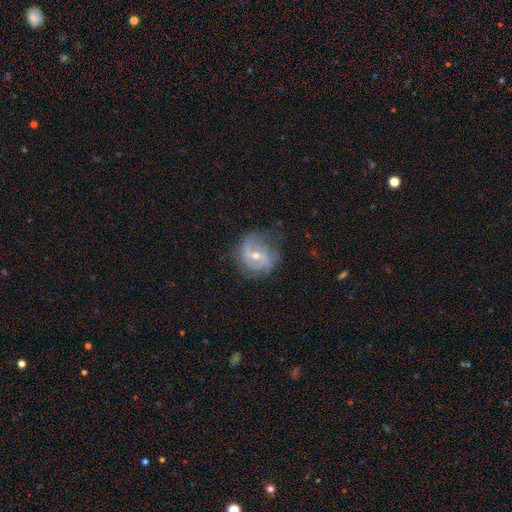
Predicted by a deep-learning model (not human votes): Smooth or featured?
  - featured or disk: 76% *
  - smooth: 16%
  - star or artifact: 8%
Edge-on disk?
  - no: 97% *
  - yes: 3%
Bar?
  - weak: 42% *
  - no: 36%
  - strong: 22%
Spiral arms?
  - yes: 81% *
  - no: 19%
Spiral winding?
  - tight: 40% *
  - medium: 39%
  - loose: 21%
Spiral arm count?
  - 2: 55% *
  - can't tell: 24%
  - 3: 9%
  - 1: 7%
  - 4: 2%
  - more than 4: 2%
Bulge size?
  - moderate: 59% *
  - small: 37%
  - large: 2%
  - none: 1%
  - dominant: 1%
Merging?
  - none: 61% *
  - minor disturbance: 24%
  - major disturbance: 14%
  - merger: 1%